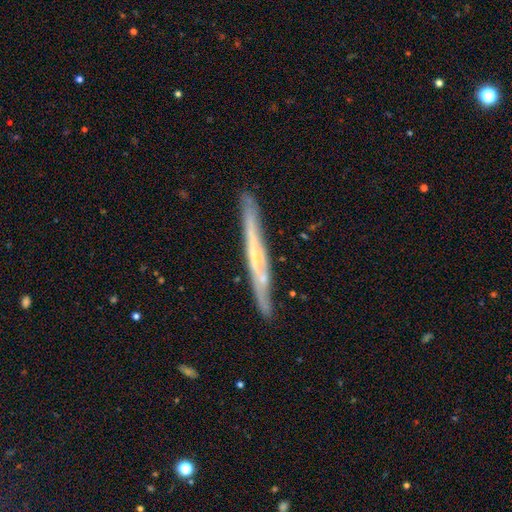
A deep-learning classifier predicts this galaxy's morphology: smooth_or_featured: featured or disk (p=0.64) [alt: smooth p=0.30]
disk_edge_on: yes (p=0.94) [alt: no p=0.06]
edge_on_bulge: none (p=0.71) [alt: rounded p=0.19]
merging: none (p=0.86) [alt: minor disturbance p=0.11]